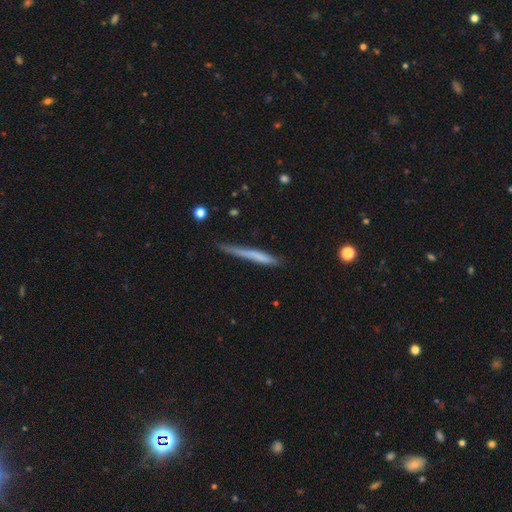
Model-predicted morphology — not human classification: Q: Smooth or featured?
A: smooth (60%); runner-up: featured or disk (33%)
Q: How rounded?
A: cigar-shaped (96%); runner-up: in between (3%)
Q: Merging?
A: none (71%); runner-up: minor disturbance (22%)